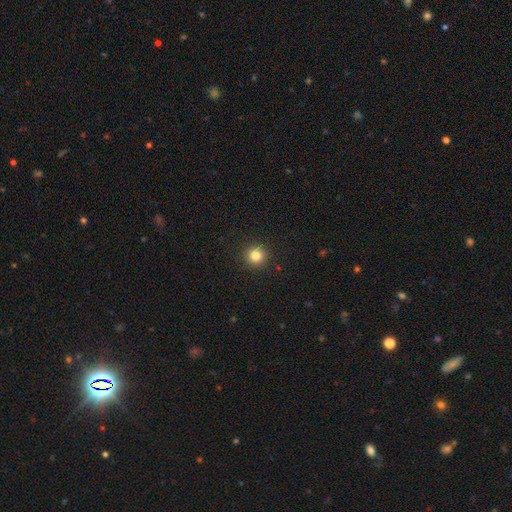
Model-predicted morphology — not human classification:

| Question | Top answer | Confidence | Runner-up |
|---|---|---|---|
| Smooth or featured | smooth | 83% | star or artifact (12%) |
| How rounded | round | 95% | in between (4%) |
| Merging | none | 93% | minor disturbance (5%) |